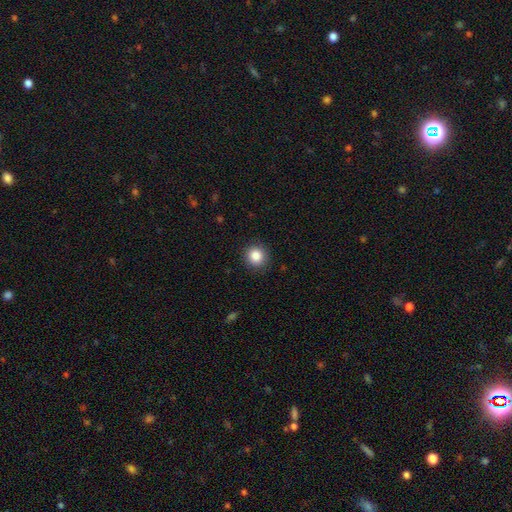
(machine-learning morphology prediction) Q: Smooth or featured?
A: smooth (86%); runner-up: star or artifact (10%)
Q: How rounded?
A: round (91%); runner-up: in between (8%)
Q: Merging?
A: none (90%); runner-up: minor disturbance (7%)